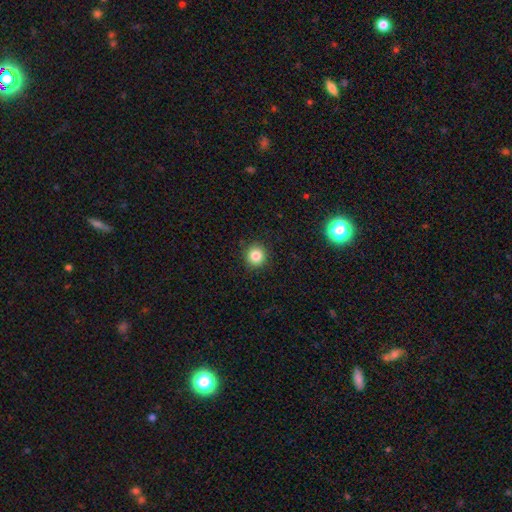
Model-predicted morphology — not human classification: A smooth galaxy with no disk features (84%) that is round (94%). Merging: none (92%).